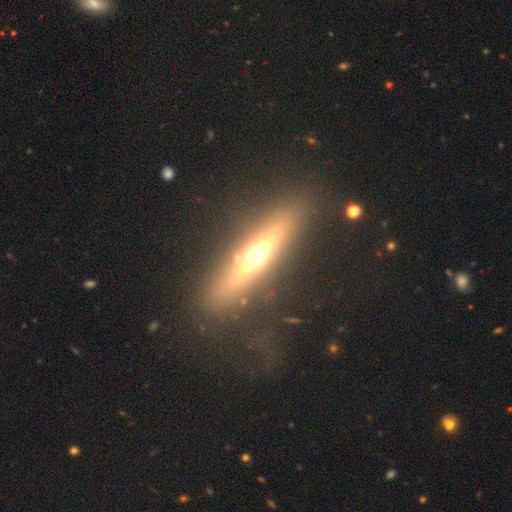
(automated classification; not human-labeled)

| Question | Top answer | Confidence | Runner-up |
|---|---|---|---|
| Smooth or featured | featured or disk | 56% | smooth (33%) |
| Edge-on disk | yes | 86% | no (14%) |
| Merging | none | 82% | minor disturbance (10%) |